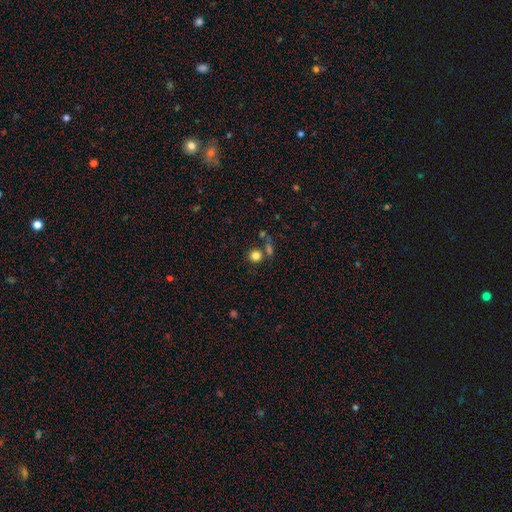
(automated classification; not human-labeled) smooth_or_featured: smooth (p=0.82) [alt: star or artifact p=0.12]
how_rounded: round (p=0.90) [alt: in between p=0.09]
merging: none (p=0.71) [alt: merger p=0.16]